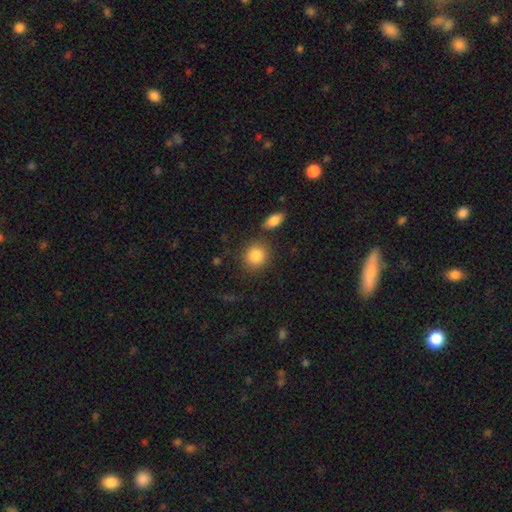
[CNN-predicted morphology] This appears to be a smooth galaxy with no disk features (86%) that is round (83%). Merging: none (78%).